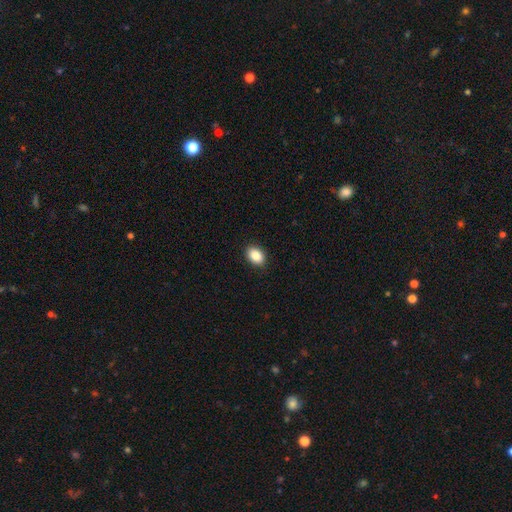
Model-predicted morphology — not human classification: smooth_or_featured: smooth (p=0.88) [alt: star or artifact p=0.08]
how_rounded: in between (p=0.82) [alt: round p=0.17]
merging: none (p=0.91) [alt: minor disturbance p=0.07]